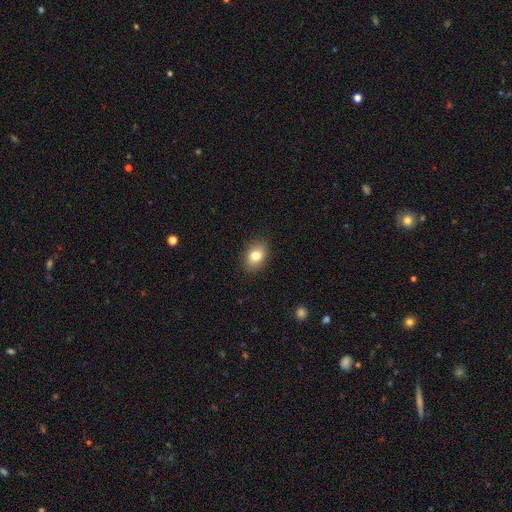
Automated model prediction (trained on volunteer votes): Q: Smooth or featured?
A: smooth (81%); runner-up: featured or disk (10%)
Q: How rounded?
A: in between (74%); runner-up: round (25%)
Q: Merging?
A: none (88%); runner-up: minor disturbance (9%)